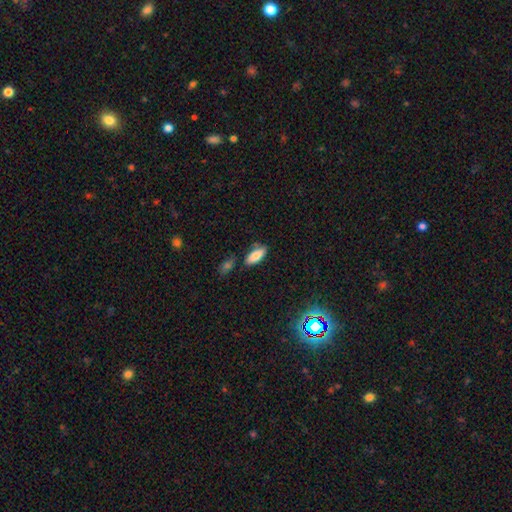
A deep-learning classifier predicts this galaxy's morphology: Q: Smooth or featured?
A: smooth (81%); runner-up: featured or disk (11%)
Q: How rounded?
A: in between (78%); runner-up: cigar-shaped (20%)
Q: Merging?
A: none (73%); runner-up: minor disturbance (17%)